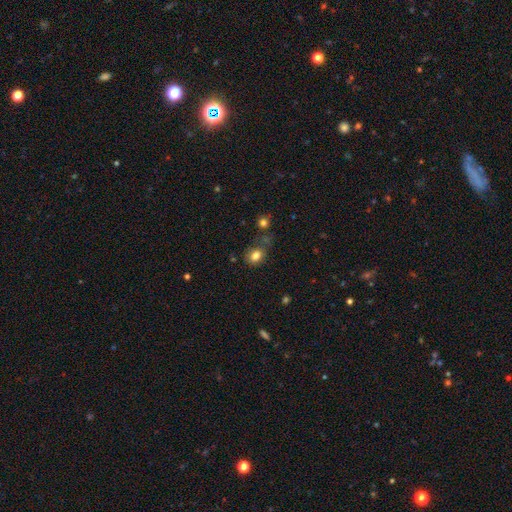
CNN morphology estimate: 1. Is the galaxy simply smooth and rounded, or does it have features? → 81% smooth, 11% star or artifact, 8% featured or disk.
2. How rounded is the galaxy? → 53% in between, 45% round, 1% cigar-shaped.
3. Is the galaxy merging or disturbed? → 62% none, 21% minor disturbance, 10% merger, 7% major disturbance.